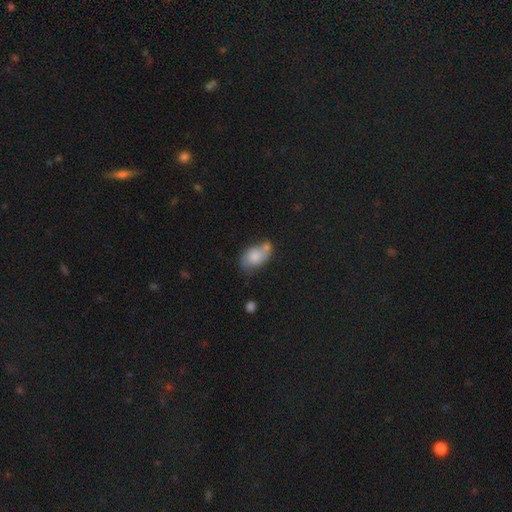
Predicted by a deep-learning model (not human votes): Smooth or featured: smooth — 73% (featured or disk — 19%)
How rounded: in between — 85% (round — 13%)
Merging: none — 41% (merger — 26%)